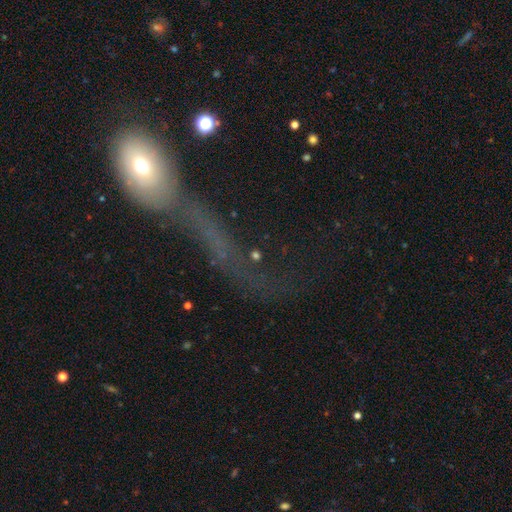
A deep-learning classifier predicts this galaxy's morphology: Smooth or featured: star or artifact — 50% (smooth — 31%)